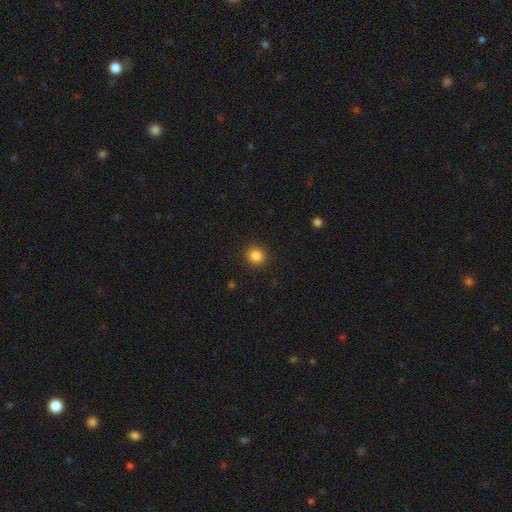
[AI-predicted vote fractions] Morphology: type=smooth (85%); roundness=round (87%); merging=none (91%).